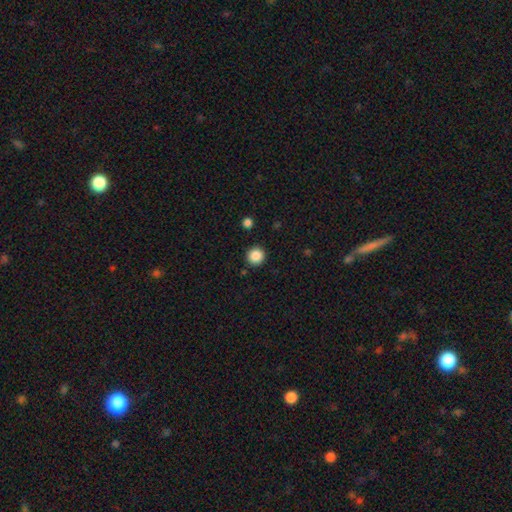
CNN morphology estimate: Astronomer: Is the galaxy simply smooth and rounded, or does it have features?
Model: smooth — 87%.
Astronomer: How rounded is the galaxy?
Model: round — 94%.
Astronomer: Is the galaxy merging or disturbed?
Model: none — 91%.